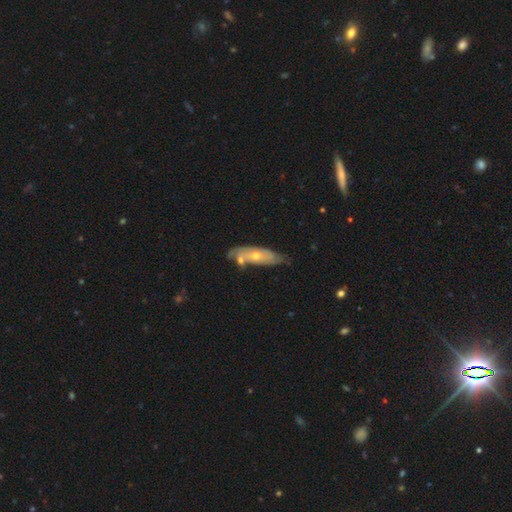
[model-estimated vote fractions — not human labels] This appears to be a featured or disk galaxy (61%). Merging: none (55%).